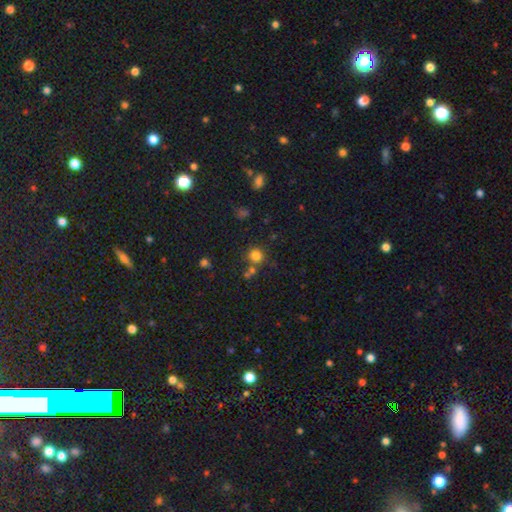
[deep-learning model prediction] A smooth galaxy with no disk features (78%) that is round (90%). Merging: none (72%).